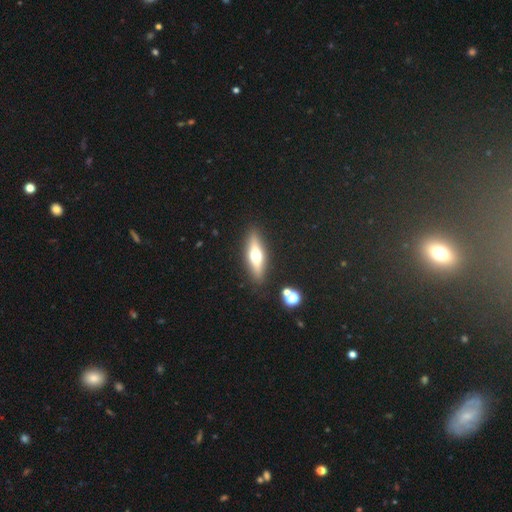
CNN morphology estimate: Smooth or featured? Predicted: featured or disk (p=0.51). Edge-on disk? Predicted: yes (p=0.88). Merging? Predicted: none (p=0.88).